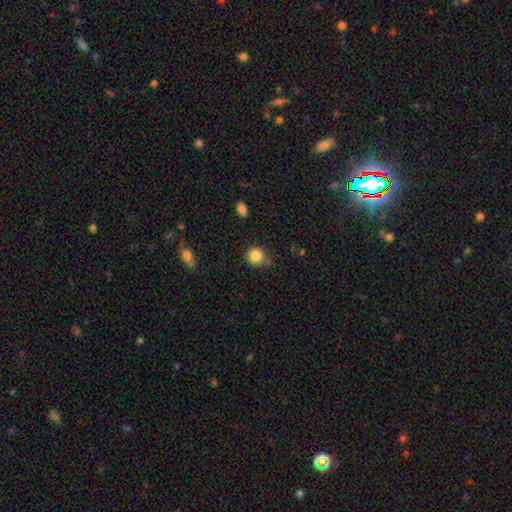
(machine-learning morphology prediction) Smooth or featured? Predicted: smooth (p=0.86). How rounded? Predicted: round (p=0.86). Merging? Predicted: none (p=0.76).